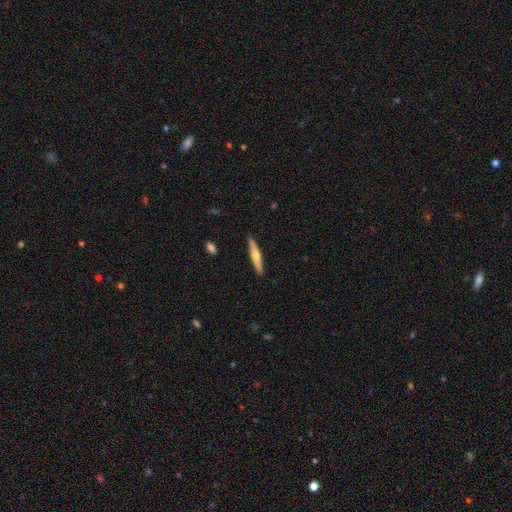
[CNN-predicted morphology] smooth-or-featured: featured or disk: 52% | smooth: 42% | star or artifact: 5%
  disk-edge-on: yes: 96% | no: 4%
    edge-on-bulge: rounded: 88% | none: 8% | boxy: 4%
  merging: none: 90% | minor disturbance: 7% | major disturbance: 1% | merger: 1%